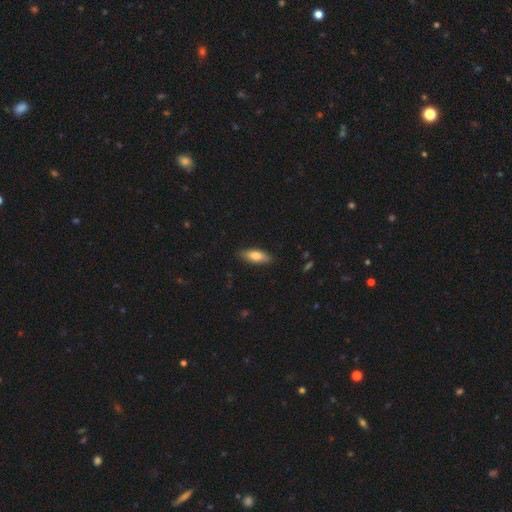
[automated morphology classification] smooth-or-featured: smooth: 77% | featured or disk: 17% | star or artifact: 6%
  how-rounded: in between: 66% | cigar-shaped: 33% | round: 2%
  merging: none: 85% | minor disturbance: 12% | major disturbance: 2% | merger: 1%